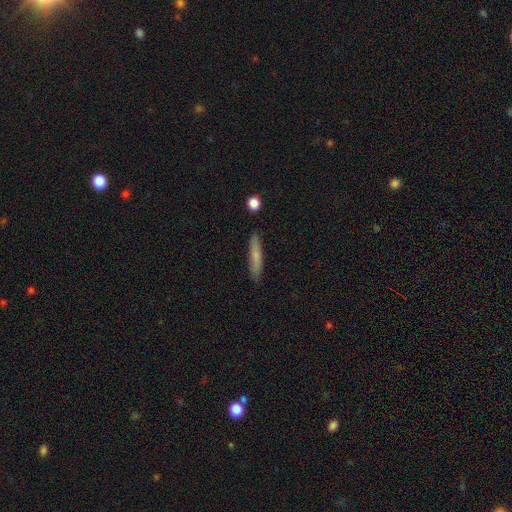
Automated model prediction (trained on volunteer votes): Smooth or featured? smooth (74%)
How rounded? cigar-shaped (89%)
Merging? none (86%)